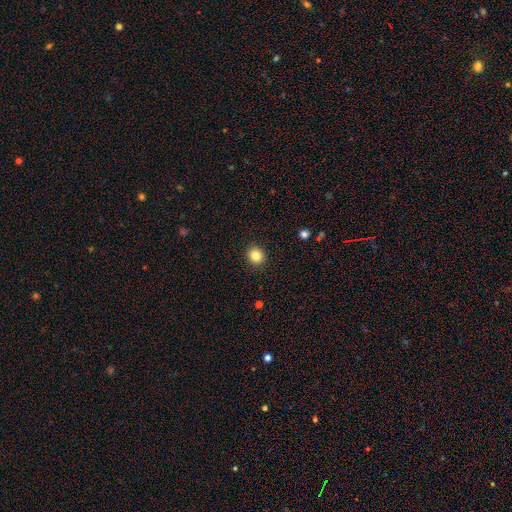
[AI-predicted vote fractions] This appears to be a smooth galaxy with no disk features (84%) that is round (84%). Merging: none (92%).